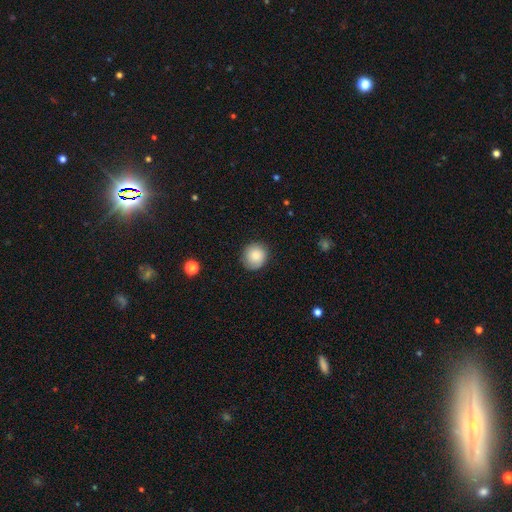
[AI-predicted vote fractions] smooth-or-featured: smooth: 82% | featured or disk: 10% | star or artifact: 8%
  how-rounded: round: 89% | in between: 10% | cigar-shaped: 1%
  merging: none: 85% | minor disturbance: 11% | major disturbance: 3% | merger: 1%